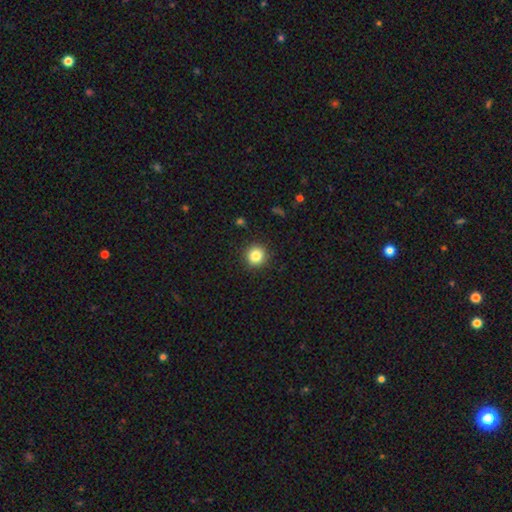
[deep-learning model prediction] This is clearly a smooth galaxy (84%). How rounded: clearly round (93%). Merging: clearly none (91%).